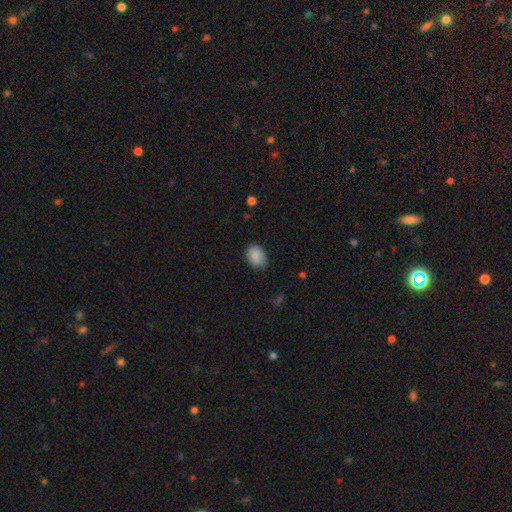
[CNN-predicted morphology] smooth_or_featured: smooth (p=0.86) [alt: star or artifact p=0.07]
how_rounded: in between (p=0.80) [alt: round p=0.19]
merging: none (p=0.72) [alt: minor disturbance p=0.23]